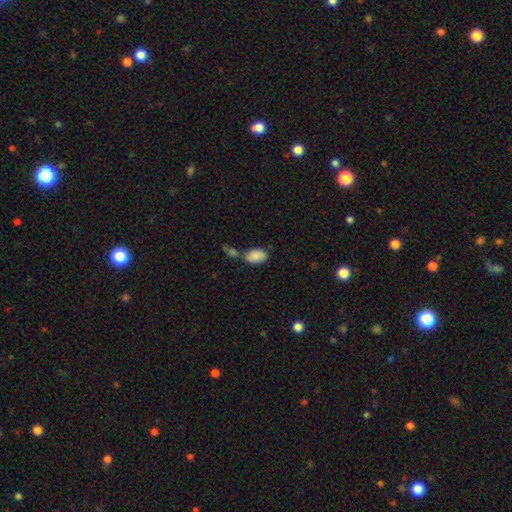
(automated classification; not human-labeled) This is clearly a smooth galaxy (86%). How rounded: clearly in between (92%). Merging: possibly none (46%).